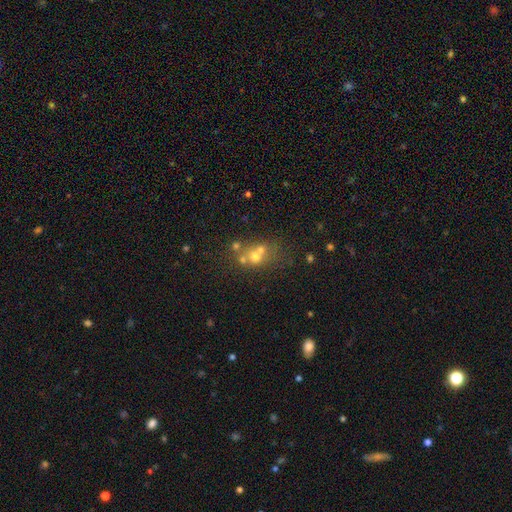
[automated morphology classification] Smooth or featured? Predicted: smooth (p=0.51). How rounded? Predicted: round (p=0.72). Merging? Predicted: merger (p=0.49).